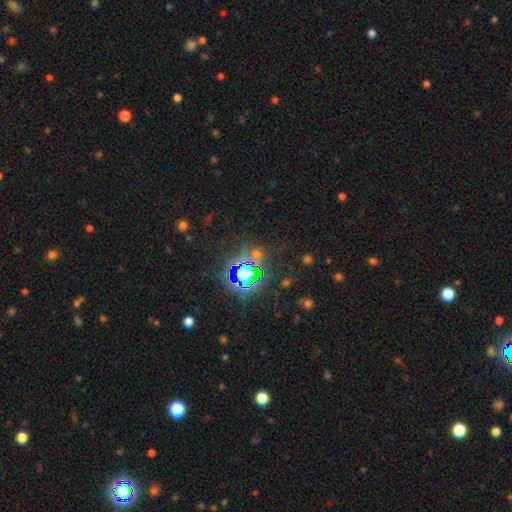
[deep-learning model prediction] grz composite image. It shows a star or artifact, not a galaxy (75%).